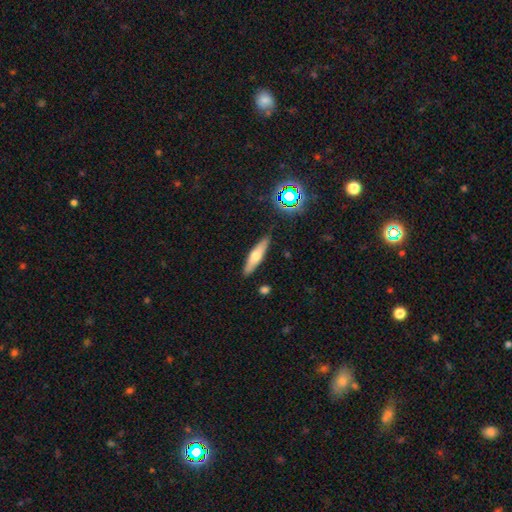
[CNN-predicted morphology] Overall: smooth (53%; featured or disk 39%). How rounded: cigar-shaped (74%). Merging: none (87%).